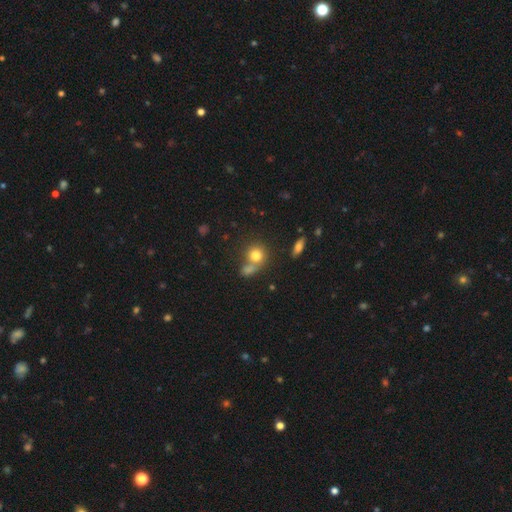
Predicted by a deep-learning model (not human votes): Q: Smooth or featured?
A: smooth (78%); runner-up: star or artifact (11%)
Q: How rounded?
A: round (80%); runner-up: in between (18%)
Q: Merging?
A: none (49%); runner-up: merger (35%)